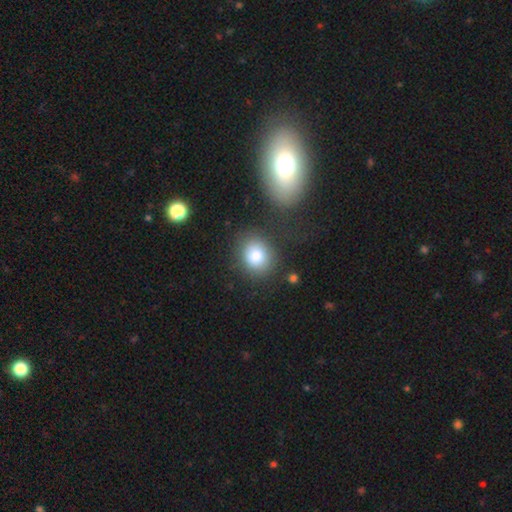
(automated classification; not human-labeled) The model was most divided on "how rounded": round: 68%, in between: 31%, cigar-shaped: 1%. More confident: smooth or featured — smooth (82%); merging — none (79%).